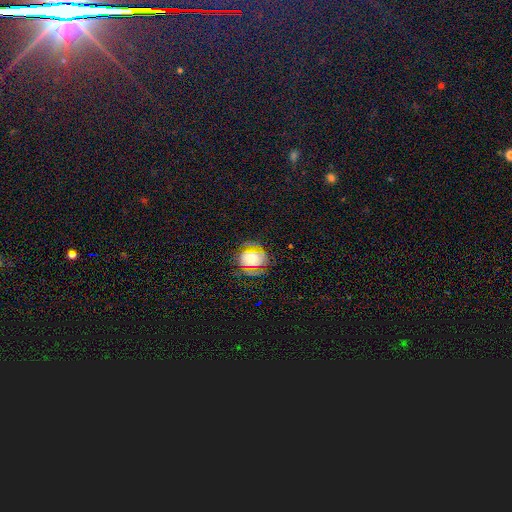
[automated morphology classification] type=featured or disk (44%); merging=none (77%).